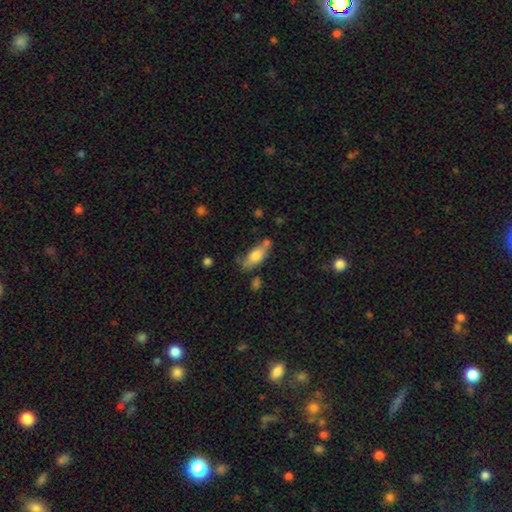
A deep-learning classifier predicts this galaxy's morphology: Smooth or featured? smooth (73%)
How rounded? in between (78%)
Merging? none (60%)